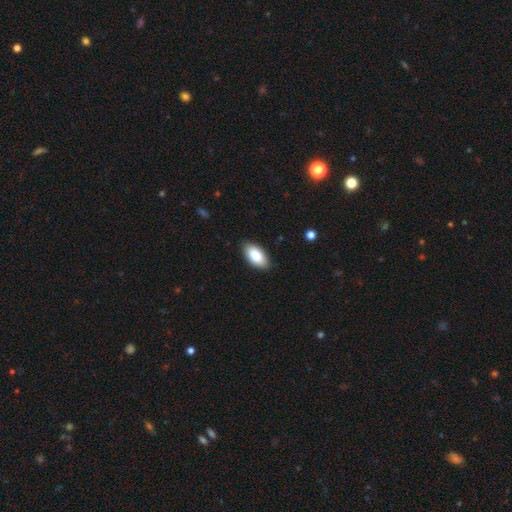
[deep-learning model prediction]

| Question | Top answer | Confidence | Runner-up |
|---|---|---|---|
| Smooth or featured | smooth | 84% | featured or disk (9%) |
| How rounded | in between | 94% | cigar-shaped (3%) |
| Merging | none | 87% | minor disturbance (10%) |